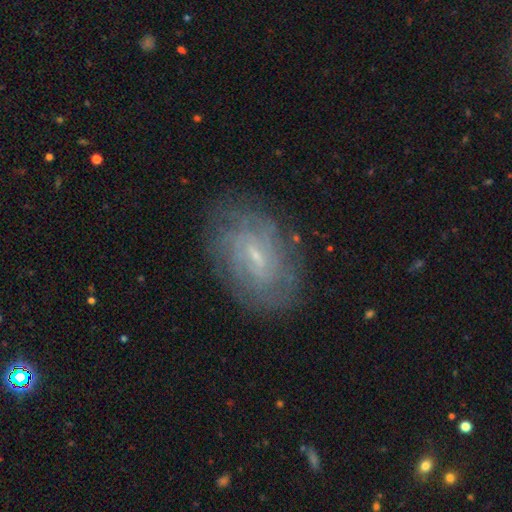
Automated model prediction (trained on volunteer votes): This is likely a featured or disk galaxy (73%). It is clearly not viewed edge-on (95%). Bar: possibly weak (55%). Spiral arm pattern: clearly yes (88%). Spiral arm count: possibly can't tell (55%). Spiral winding: likely tight (65%). Central bulge: likely small (77%). Merging: clearly none (81%).